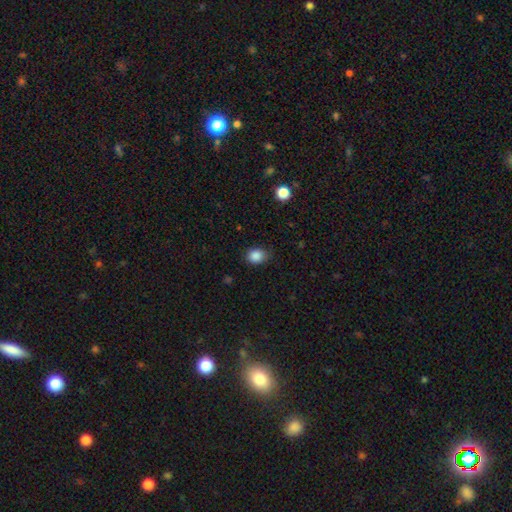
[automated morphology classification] Smooth or featured? smooth (87%)
How rounded? round (55%)
Merging? none (78%)